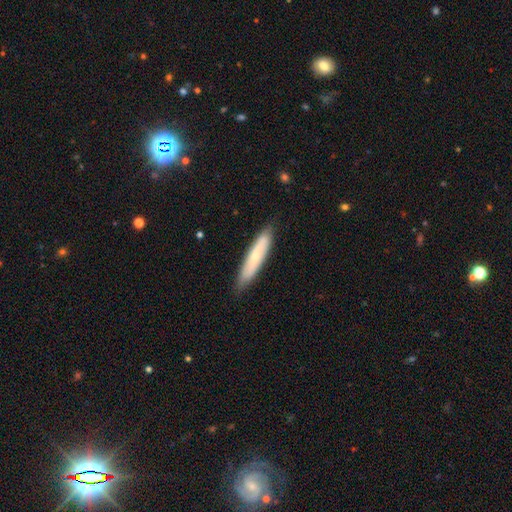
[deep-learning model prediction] Smooth or featured: smooth — 62% (featured or disk — 32%)
How rounded: cigar-shaped — 86% (in between — 13%)
Merging: none — 84% (minor disturbance — 13%)